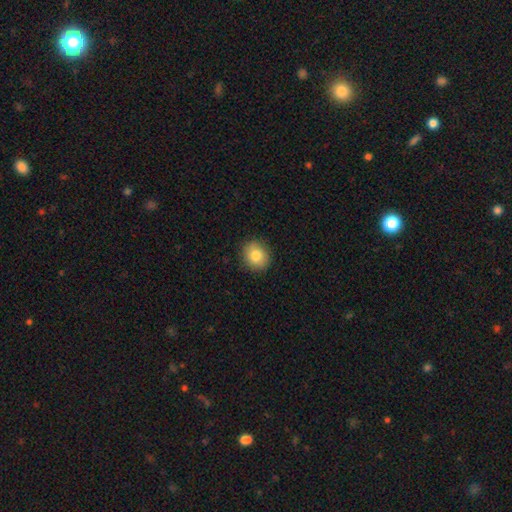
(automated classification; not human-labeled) smooth 82%, featured or disk 9%, star or artifact 9%. Down the decision tree: how rounded — round (75%); merging — none (89%).